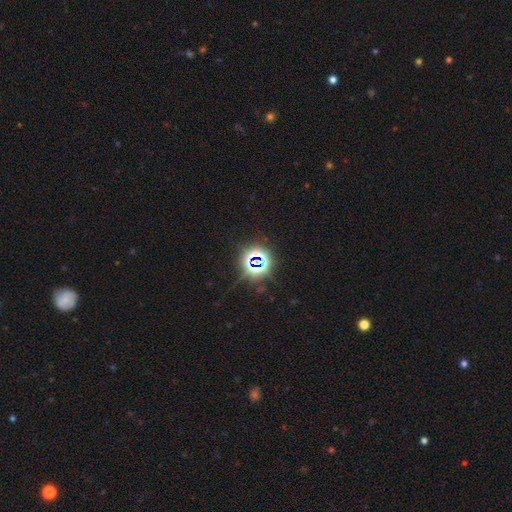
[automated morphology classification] smooth_or_featured: star or artifact (p=0.78) [alt: smooth p=0.13]